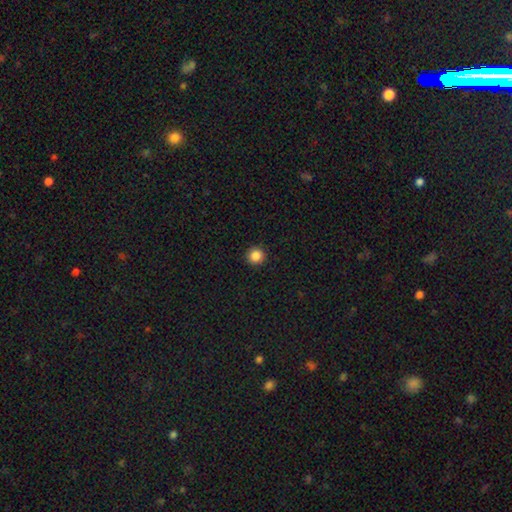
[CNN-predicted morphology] Overall: smooth (87%). How rounded: round (94%). Merging: none (93%).